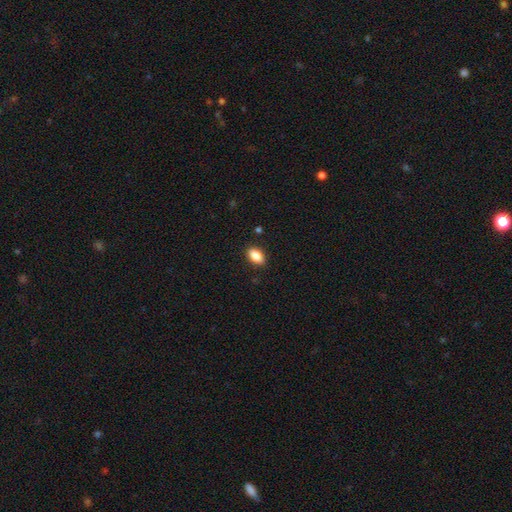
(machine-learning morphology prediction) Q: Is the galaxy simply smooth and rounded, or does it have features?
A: smooth — 88%.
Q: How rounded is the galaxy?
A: in between — 90%.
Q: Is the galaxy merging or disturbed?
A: none — 89%.